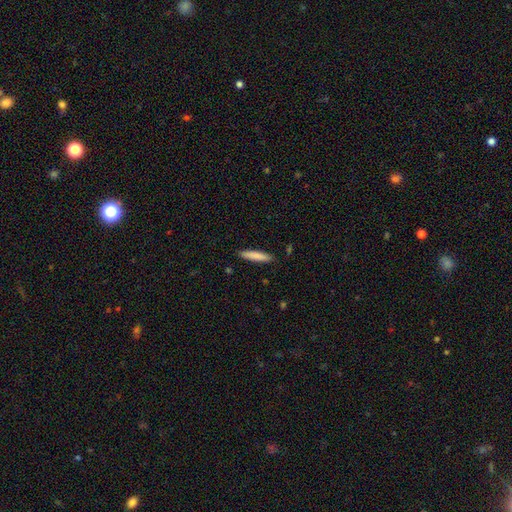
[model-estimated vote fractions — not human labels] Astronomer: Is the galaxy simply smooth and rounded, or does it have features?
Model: smooth — 83%.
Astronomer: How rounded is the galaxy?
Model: cigar-shaped — 87%.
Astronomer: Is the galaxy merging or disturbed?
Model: none — 88%.